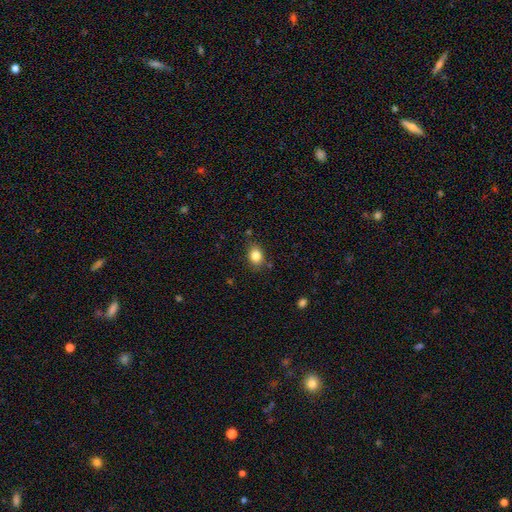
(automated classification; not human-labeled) Q: Smooth or featured?
A: smooth (84%); runner-up: star or artifact (10%)
Q: How rounded?
A: in between (53%); runner-up: round (46%)
Q: Merging?
A: none (81%); runner-up: minor disturbance (13%)